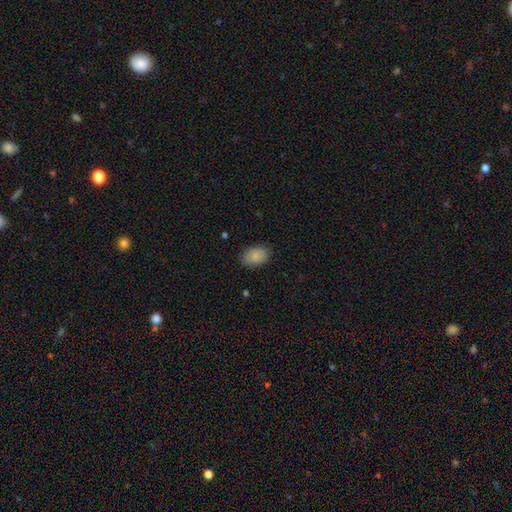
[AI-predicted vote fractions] Smooth or featured?
  - smooth: 88% *
  - star or artifact: 7%
  - featured or disk: 5%
How rounded?
  - in between: 82% *
  - round: 17%
  - cigar-shaped: 1%
Merging?
  - none: 85% *
  - minor disturbance: 12%
  - major disturbance: 3%
  - merger: 1%